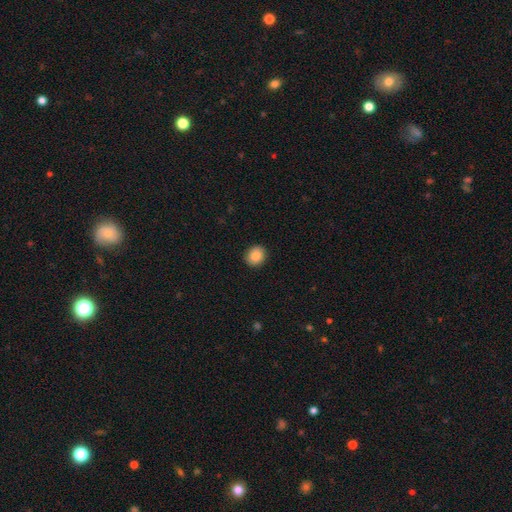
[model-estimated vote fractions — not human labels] Q: Smooth or featured?
A: smooth (87%); runner-up: star or artifact (8%)
Q: How rounded?
A: round (74%); runner-up: in between (25%)
Q: Merging?
A: none (90%); runner-up: minor disturbance (7%)